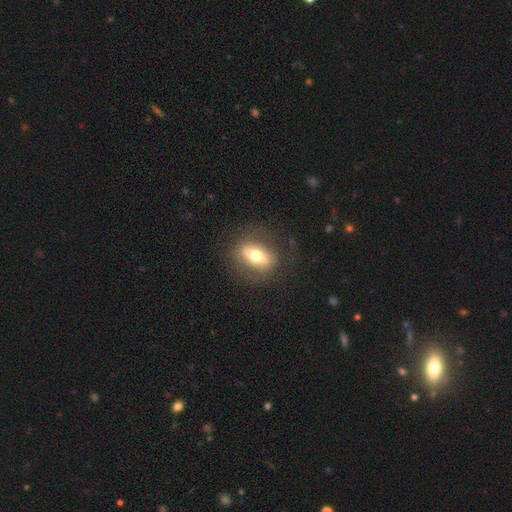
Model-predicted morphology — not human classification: Smooth or featured: smooth — 55% (featured or disk — 36%)
How rounded: in between — 71% (round — 22%)
Merging: none — 80% (minor disturbance — 13%)